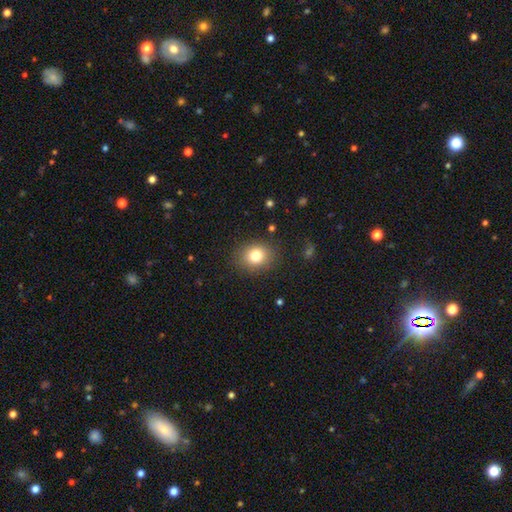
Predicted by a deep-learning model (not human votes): Smooth or featured?
  - smooth: 79% *
  - star or artifact: 12%
  - featured or disk: 9%
How rounded?
  - round: 64% *
  - in between: 35%
  - cigar-shaped: 1%
Merging?
  - none: 87% *
  - minor disturbance: 9%
  - major disturbance: 3%
  - merger: 1%